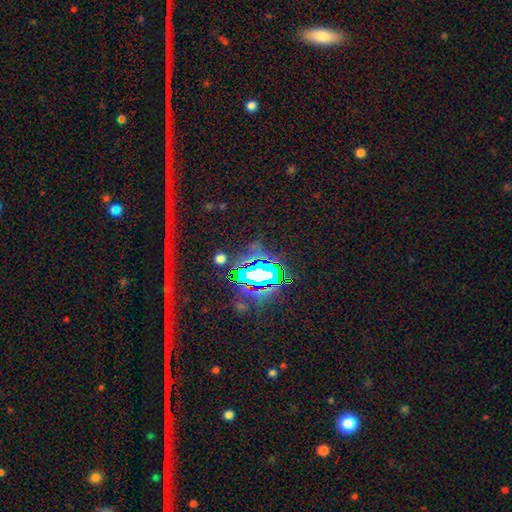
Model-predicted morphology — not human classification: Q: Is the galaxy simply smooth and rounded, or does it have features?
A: star or artifact — 83%.